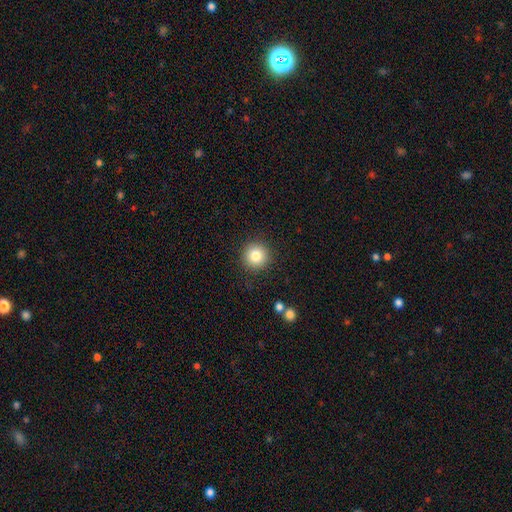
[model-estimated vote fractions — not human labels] This appears to be a smooth galaxy with no disk features (83%) that is round (95%). Merging: none (90%).